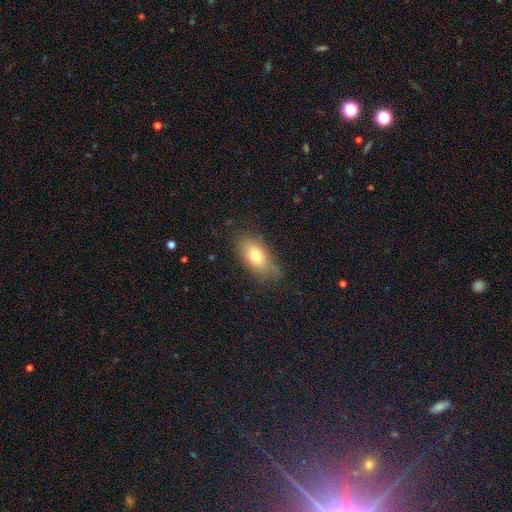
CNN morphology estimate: type=smooth (77%); roundness=in between (87%); merging=none (73%).